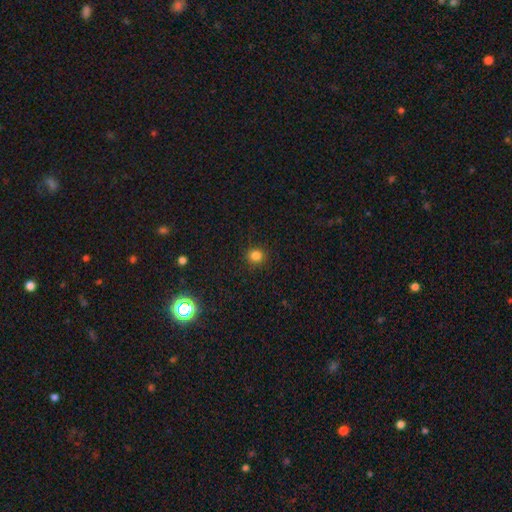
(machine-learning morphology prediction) type=smooth (82%); roundness=round (87%); merging=none (90%).